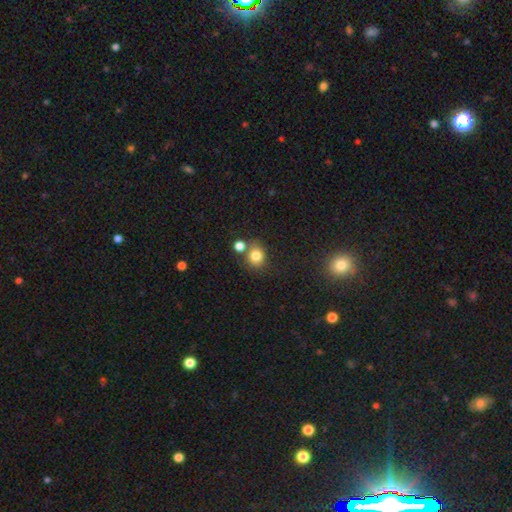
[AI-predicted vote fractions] A smooth galaxy with no disk features (81%) that is round (78%). Merging: none (64%).